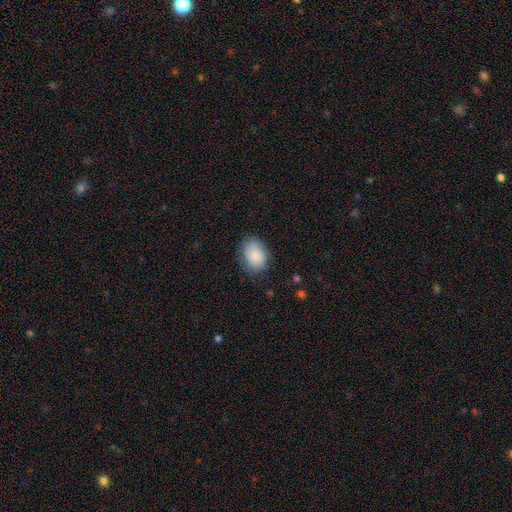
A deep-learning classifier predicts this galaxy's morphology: Smooth or featured?
  - smooth: 86% *
  - featured or disk: 8%
  - star or artifact: 7%
How rounded?
  - in between: 74% *
  - round: 25%
  - cigar-shaped: 1%
Merging?
  - none: 79% *
  - minor disturbance: 16%
  - major disturbance: 4%
  - merger: 1%